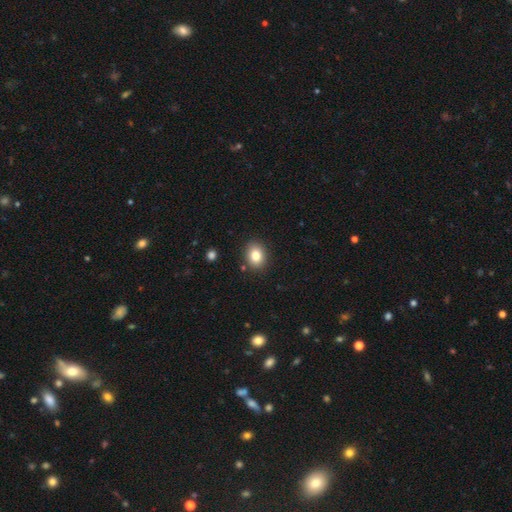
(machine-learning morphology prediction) Q: Smooth or featured?
A: smooth (82%); runner-up: star or artifact (10%)
Q: How rounded?
A: round (53%); runner-up: in between (46%)
Q: Merging?
A: none (88%); runner-up: minor disturbance (8%)